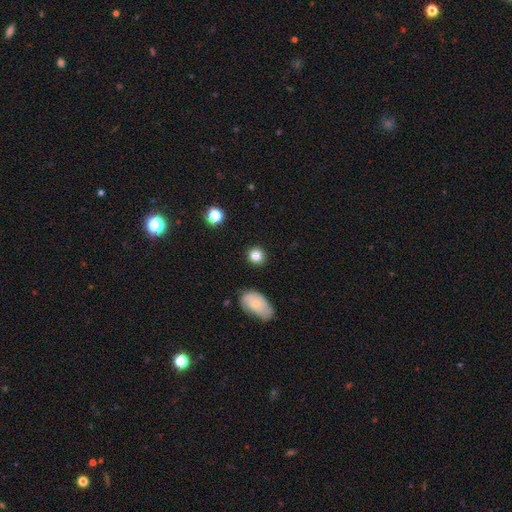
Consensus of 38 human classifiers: A smooth galaxy with no disk features (92%) that is round (77%). Merging: none (89%).